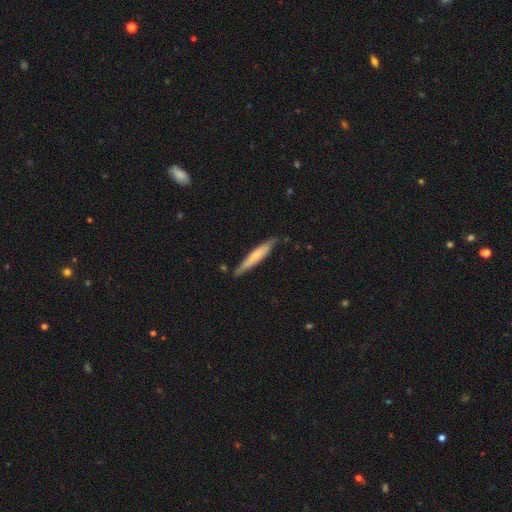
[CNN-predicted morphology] smooth 57%, featured or disk 37%, star or artifact 5%. Down the decision tree: how rounded — cigar-shaped (92%); merging — none (81%).